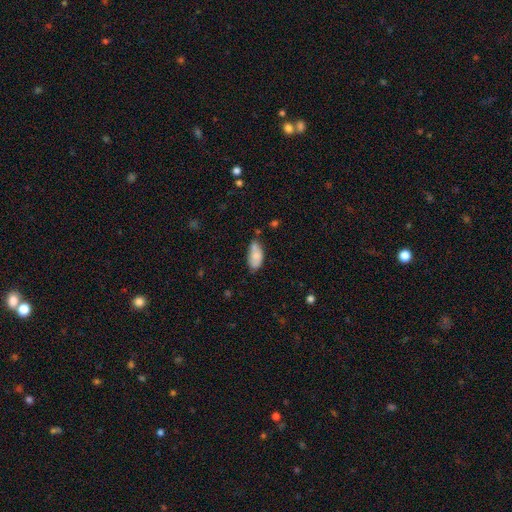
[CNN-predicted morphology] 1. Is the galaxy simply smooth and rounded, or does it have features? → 78% smooth, 14% featured or disk, 7% star or artifact.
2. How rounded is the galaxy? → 91% in between, 7% cigar-shaped, 2% round.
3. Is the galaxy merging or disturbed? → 56% none, 30% minor disturbance, 8% merger, 6% major disturbance.